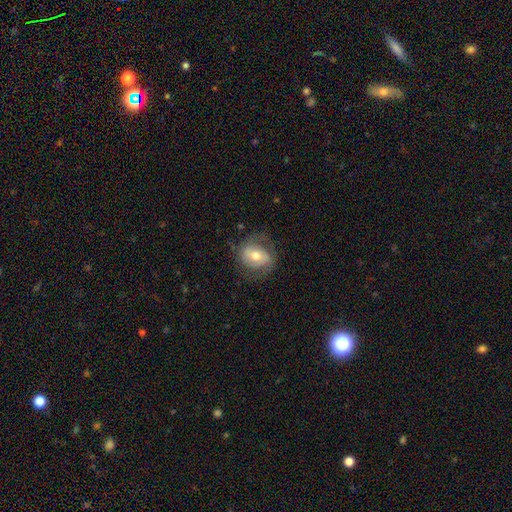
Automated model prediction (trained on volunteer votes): Morphology: type=featured or disk (49%); merging=none (69%).